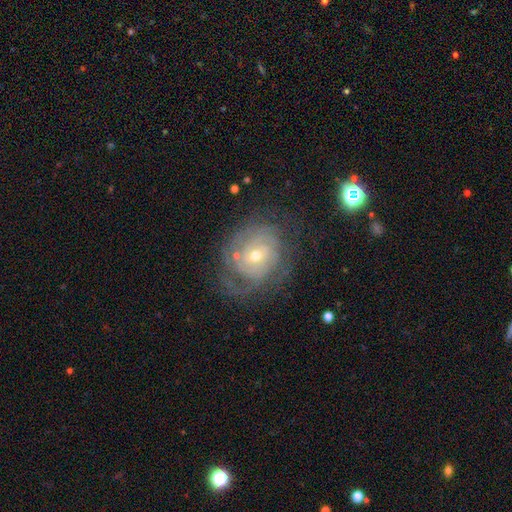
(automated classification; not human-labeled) featured or disk 83%, smooth 10%, star or artifact 7%. Down the decision tree: edge-on disk — no (97%); bar — no (71%); spiral arms — yes (93%); spiral arm count — can't tell (40%); spiral winding — tight (73%); bulge size — small (56%); merging — none (67%).